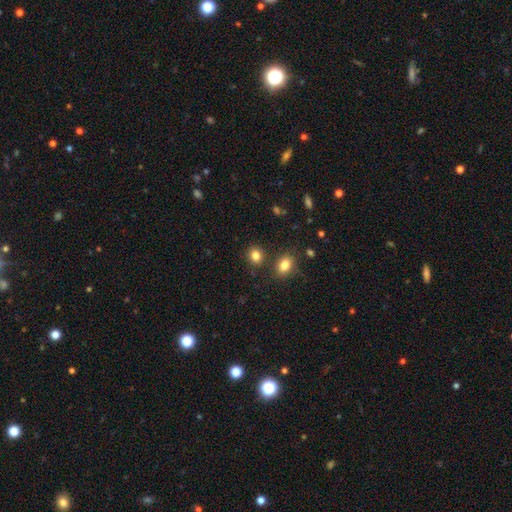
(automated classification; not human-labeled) Smooth or featured: smooth — 84% (star or artifact — 11%)
How rounded: round — 72% (in between — 26%)
Merging: none — 82% (minor disturbance — 8%)